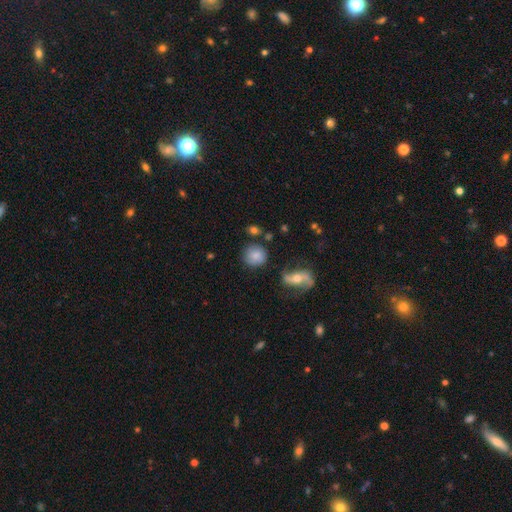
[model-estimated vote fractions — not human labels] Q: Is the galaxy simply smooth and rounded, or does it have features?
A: smooth — 75%.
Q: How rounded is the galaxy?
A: round — 88%.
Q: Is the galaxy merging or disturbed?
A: none — 77%.